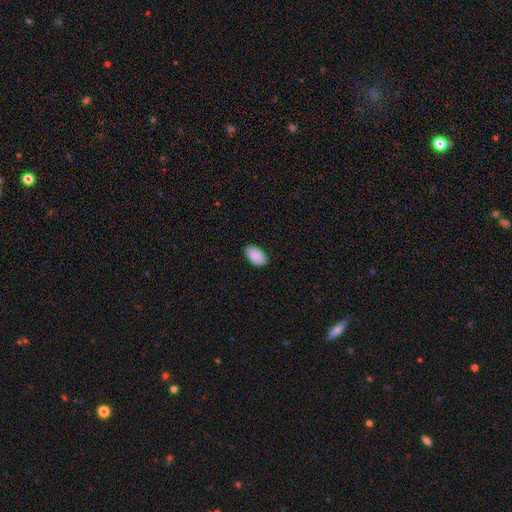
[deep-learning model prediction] smooth_or_featured: smooth (p=0.90) [alt: star or artifact p=0.06]
how_rounded: in between (p=0.95) [alt: round p=0.04]
merging: none (p=0.87) [alt: minor disturbance p=0.10]